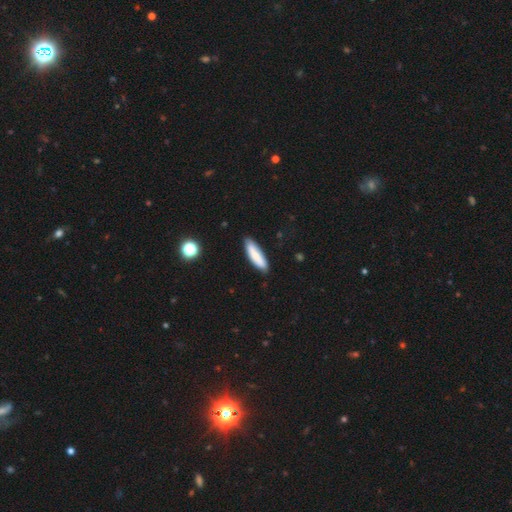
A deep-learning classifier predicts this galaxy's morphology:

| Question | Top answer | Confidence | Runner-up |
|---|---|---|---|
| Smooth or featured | smooth | 82% | featured or disk (12%) |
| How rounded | cigar-shaped | 65% | in between (33%) |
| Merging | none | 84% | minor disturbance (12%) |